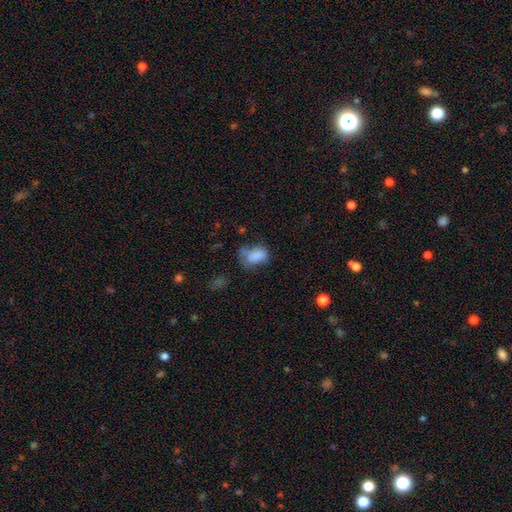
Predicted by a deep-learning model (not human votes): A smooth galaxy with no disk features (78%) that is in between round and cigar-shaped (83%).

Vote fractions:
- Smooth or featured? smooth: 78% / featured or disk: 11% / star or artifact: 11%
- How rounded? in between: 83% / round: 15% / cigar-shaped: 2%
- Merging? none: 37% / minor disturbance: 31% / major disturbance: 23% / merger: 9%